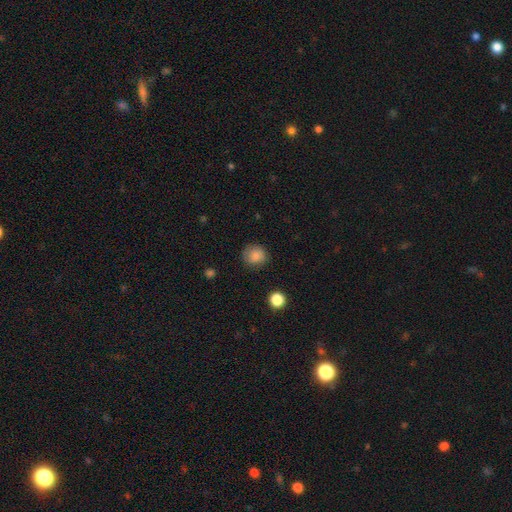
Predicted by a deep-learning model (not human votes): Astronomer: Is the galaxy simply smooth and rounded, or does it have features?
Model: smooth — 84%.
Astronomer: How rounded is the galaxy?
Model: round — 84%.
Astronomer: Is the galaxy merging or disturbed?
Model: none — 79%.